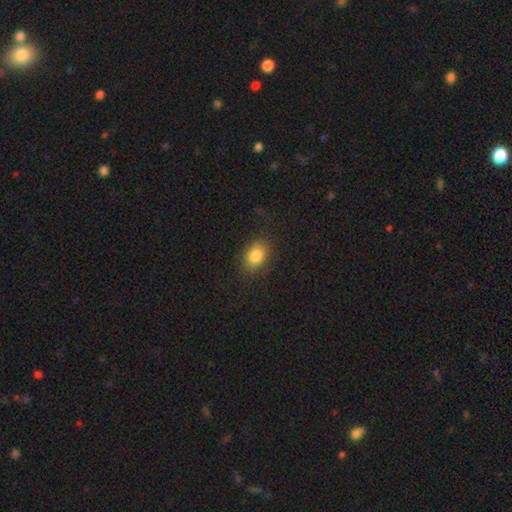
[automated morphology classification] A smooth galaxy with no disk features (84%) that is in between round and cigar-shaped (74%).

Vote fractions:
- Smooth or featured? smooth: 84% / star or artifact: 9% / featured or disk: 7%
- How rounded? in between: 74% / round: 25% / cigar-shaped: 1%
- Merging? none: 82% / minor disturbance: 13% / major disturbance: 4% / merger: 1%